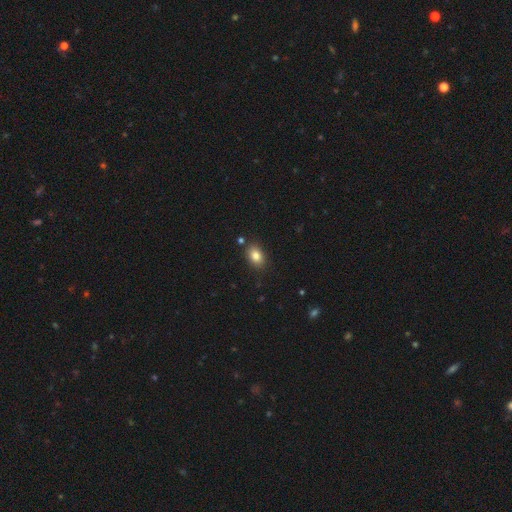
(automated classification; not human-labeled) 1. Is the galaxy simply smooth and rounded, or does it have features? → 84% smooth, 9% star or artifact, 7% featured or disk.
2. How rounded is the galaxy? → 78% in between, 21% round, 1% cigar-shaped.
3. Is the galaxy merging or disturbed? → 84% none, 10% minor disturbance, 3% merger, 2% major disturbance.